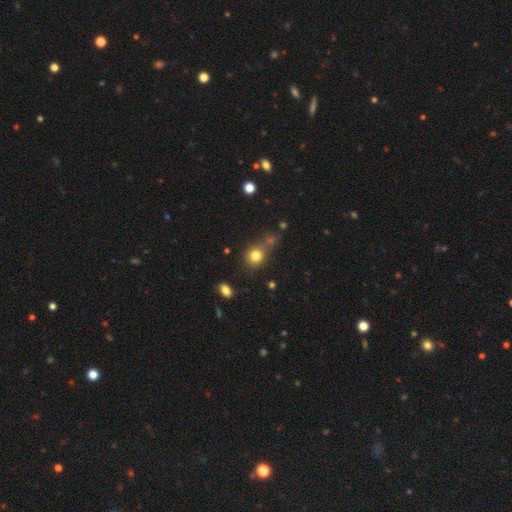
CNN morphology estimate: Smooth or featured? smooth (79%)
How rounded? round (77%)
Merging? none (57%)